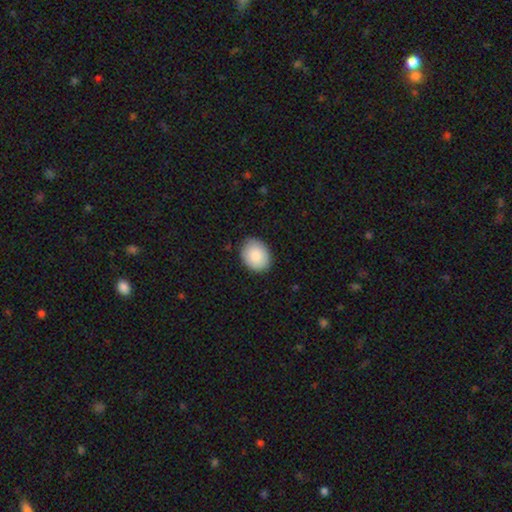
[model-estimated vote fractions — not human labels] Smooth or featured? smooth (88%)
How rounded? in between (59%)
Merging? none (85%)